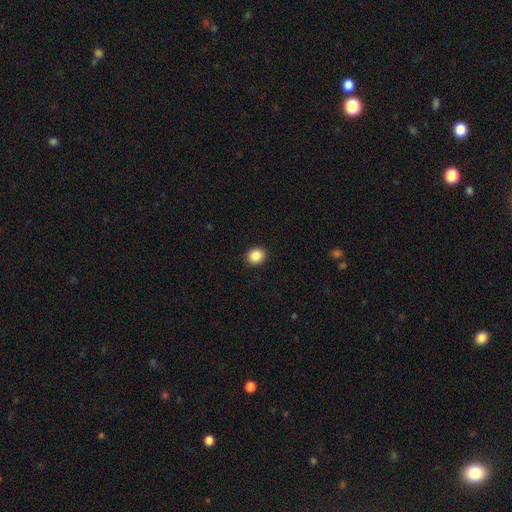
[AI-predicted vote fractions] This is clearly a smooth galaxy (89%). How rounded: clearly round (81%). Merging: clearly none (92%).